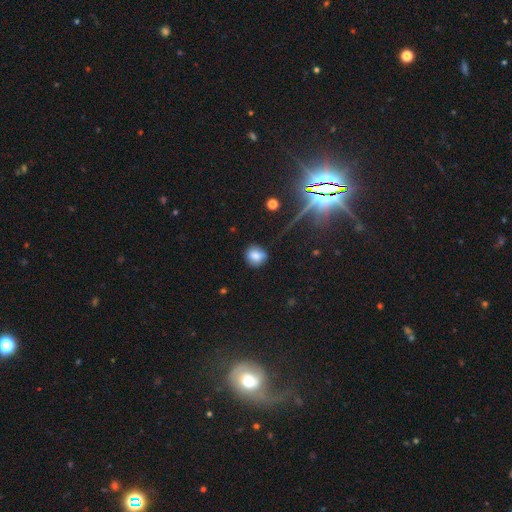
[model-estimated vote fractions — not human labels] A smooth galaxy with no disk features (79%) that is round (73%).

Vote fractions:
- Smooth or featured? smooth: 79% / star or artifact: 12% / featured or disk: 9%
- How rounded? round: 73% / in between: 25% / cigar-shaped: 1%
- Merging? none: 80% / minor disturbance: 15% / major disturbance: 3% / merger: 2%